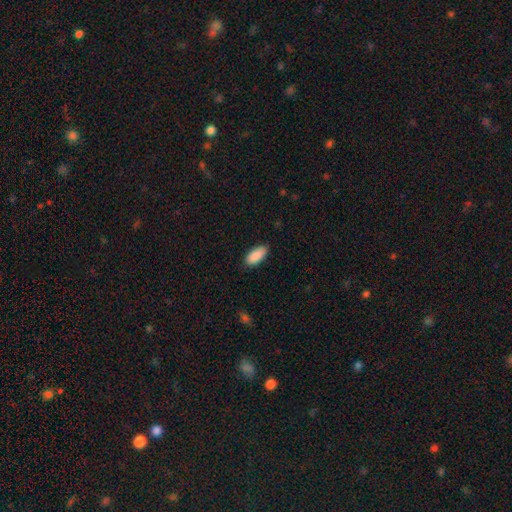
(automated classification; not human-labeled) Smooth or featured? Predicted: smooth (p=0.91). How rounded? Predicted: in between (p=0.88). Merging? Predicted: none (p=0.85).